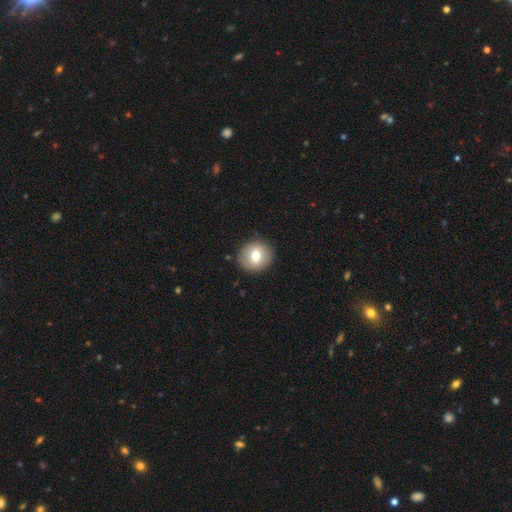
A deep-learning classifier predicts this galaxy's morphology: The model was most divided on "smooth or featured": smooth: 72%, featured or disk: 19%, star or artifact: 9%. More confident: how rounded — round (90%); merging — none (89%).